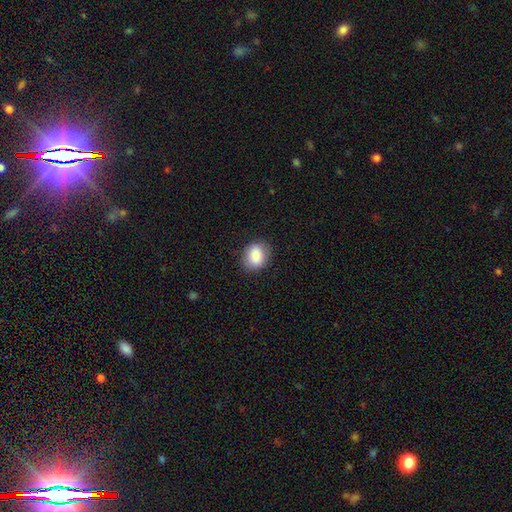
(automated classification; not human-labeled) Smooth or featured? smooth (86%)
How rounded? in between (50%)
Merging? none (83%)